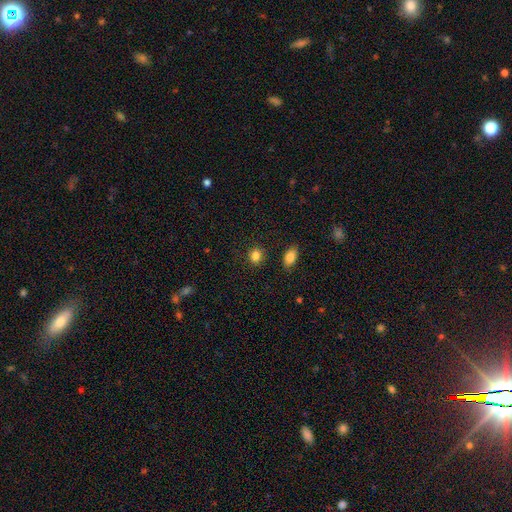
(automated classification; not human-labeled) smooth_or_featured: smooth (p=0.85) [alt: star or artifact p=0.10]
how_rounded: round (p=0.72) [alt: in between p=0.27]
merging: none (p=0.87) [alt: minor disturbance p=0.08]